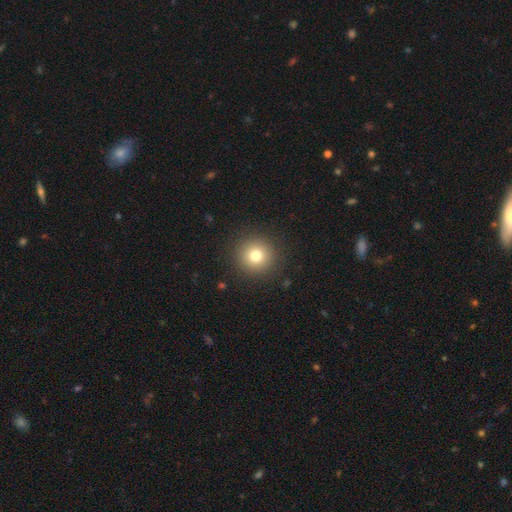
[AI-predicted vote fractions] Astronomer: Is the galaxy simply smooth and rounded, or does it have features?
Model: smooth — 78%.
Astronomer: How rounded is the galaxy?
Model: round — 95%.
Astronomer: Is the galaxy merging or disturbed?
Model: none — 91%.